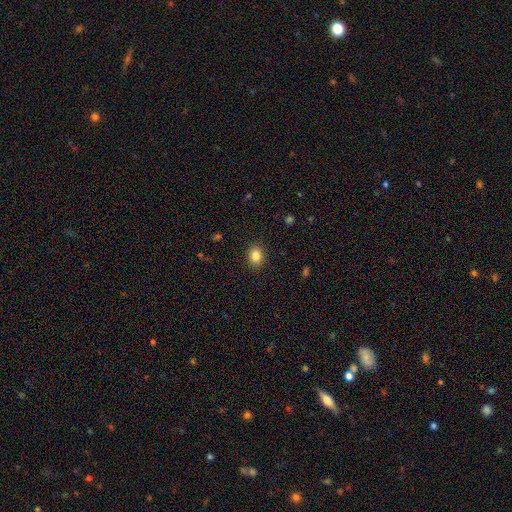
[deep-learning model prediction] Smooth or featured: smooth — 84% (star or artifact — 10%)
How rounded: round — 51% (in between — 48%)
Merging: none — 89% (minor disturbance — 8%)